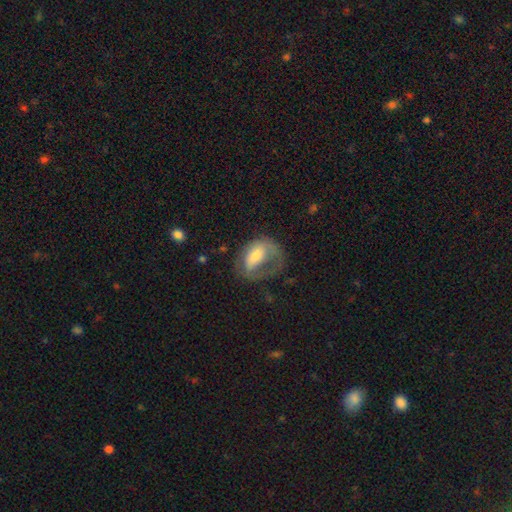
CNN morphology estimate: Smooth or featured? smooth (48%)
Merging? major disturbance (45%)